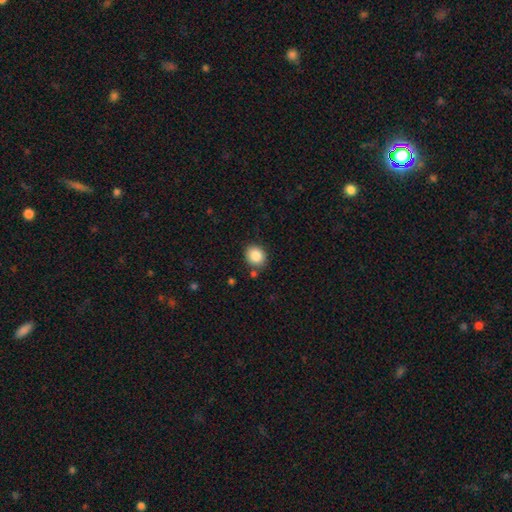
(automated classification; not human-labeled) A smooth galaxy with no disk features (86%) that is round (71%).

Vote fractions:
- Smooth or featured? smooth: 86% / star or artifact: 9% / featured or disk: 5%
- How rounded? round: 71% / in between: 28% / cigar-shaped: 1%
- Merging? none: 82% / minor disturbance: 10% / merger: 5% / major disturbance: 3%